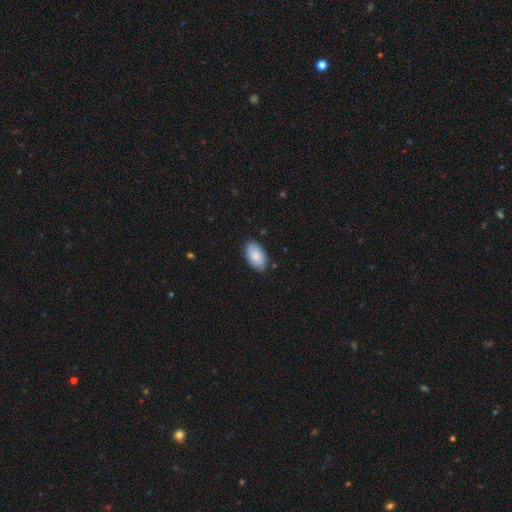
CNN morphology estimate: This is clearly a smooth galaxy (86%). How rounded: clearly in between (95%). Merging: clearly none (85%).